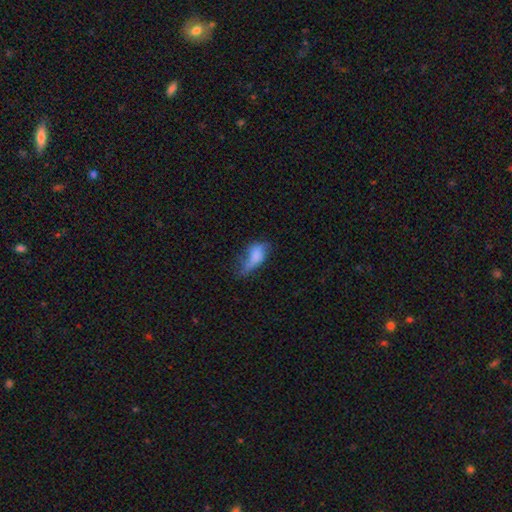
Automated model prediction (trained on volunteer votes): Smooth or featured? Predicted: smooth (p=0.64). How rounded? Predicted: in between (p=0.87). Merging? Predicted: major disturbance (p=0.40).